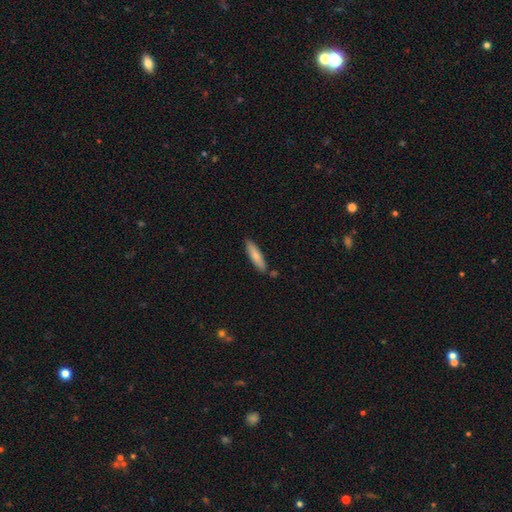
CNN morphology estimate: A smooth galaxy with no disk features (78%) that is cigar-shaped (76%). Merging: none (82%).